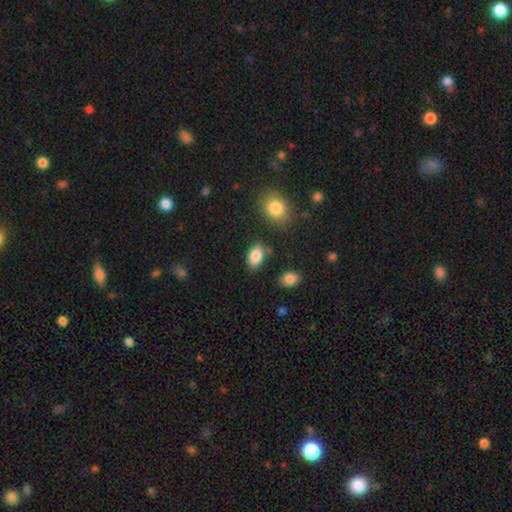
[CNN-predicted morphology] Smooth or featured? Predicted: smooth (p=0.87). How rounded? Predicted: in between (p=0.90). Merging? Predicted: none (p=0.76).